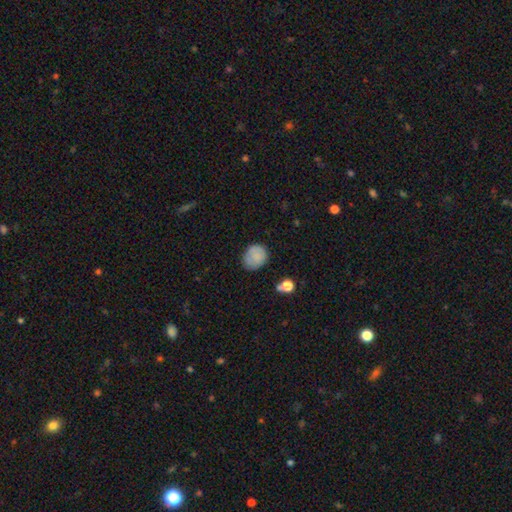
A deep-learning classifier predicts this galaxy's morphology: The model was most divided on "how rounded": round: 68%, in between: 31%, cigar-shaped: 1%. More confident: smooth or featured — smooth (81%); merging — none (76%).